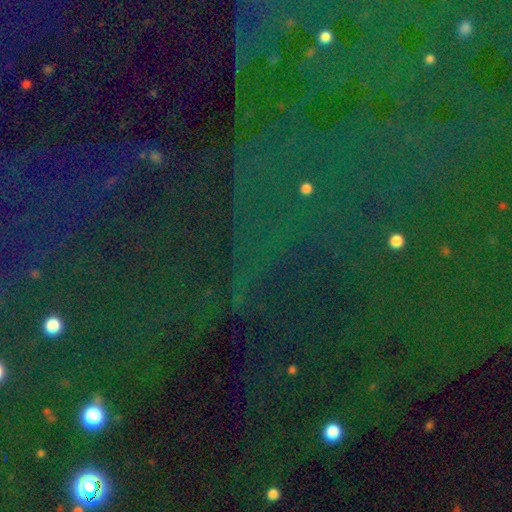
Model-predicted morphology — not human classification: Smooth or featured: star or artifact — 82% (smooth — 10%)